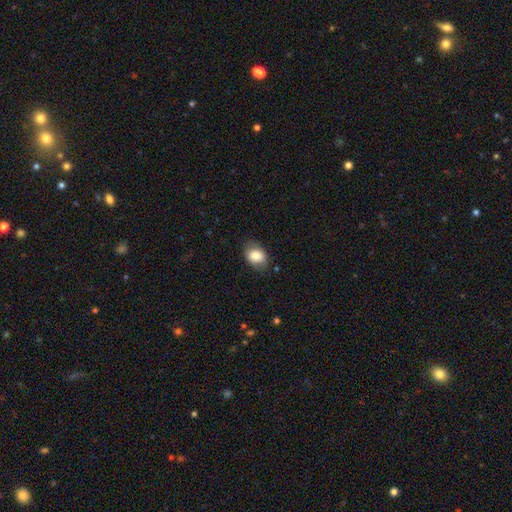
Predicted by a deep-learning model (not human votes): smooth_or_featured: smooth (p=0.83) [alt: featured or disk p=0.10]
how_rounded: in between (p=0.75) [alt: round p=0.24]
merging: none (p=0.77) [alt: minor disturbance p=0.17]